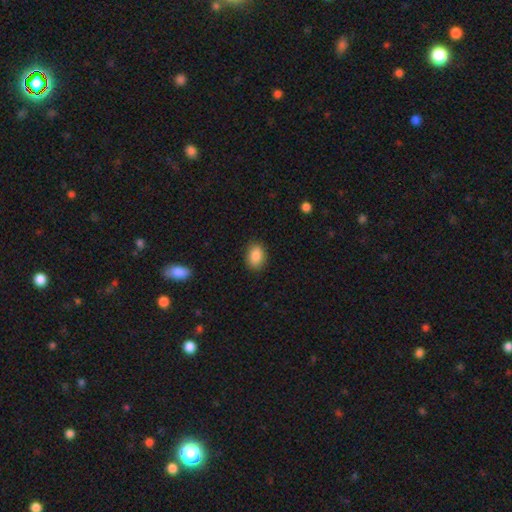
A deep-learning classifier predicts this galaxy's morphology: This appears to be a smooth galaxy with no disk features (88%) that is in between round and cigar-shaped (78%). Merging: none (88%).